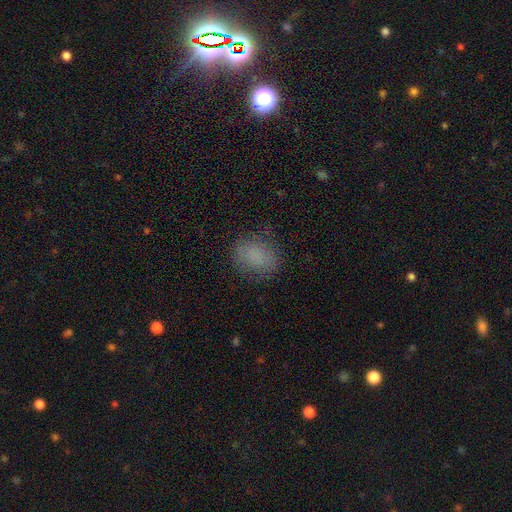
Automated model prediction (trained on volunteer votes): This is clearly a smooth galaxy (81%). How rounded: likely in between (61%). Merging: likely none (78%).